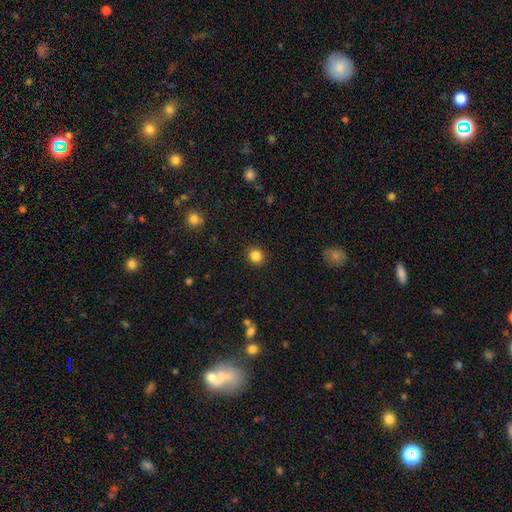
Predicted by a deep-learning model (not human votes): A smooth galaxy with no disk features (85%) that is round (88%). Merging: none (91%).